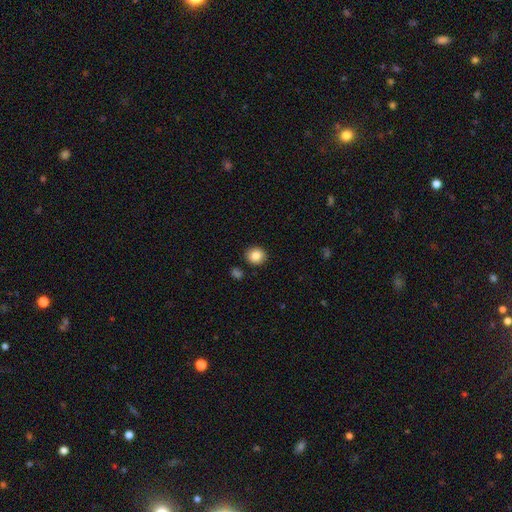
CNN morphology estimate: type=smooth (85%); roundness=round (82%); merging=none (89%).